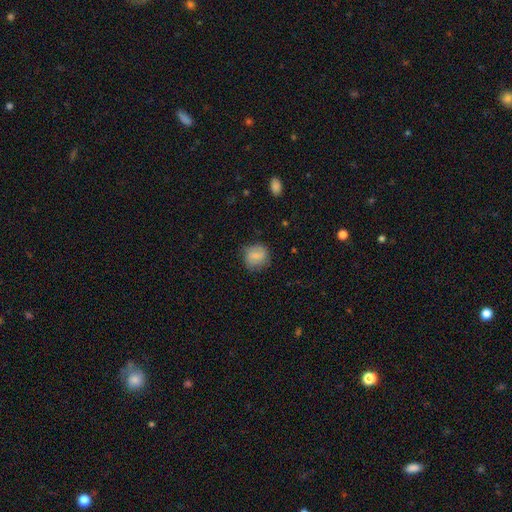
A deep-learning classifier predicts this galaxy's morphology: smooth 73%, featured or disk 18%, star or artifact 8%. Down the decision tree: how rounded — round (76%); merging — none (76%).